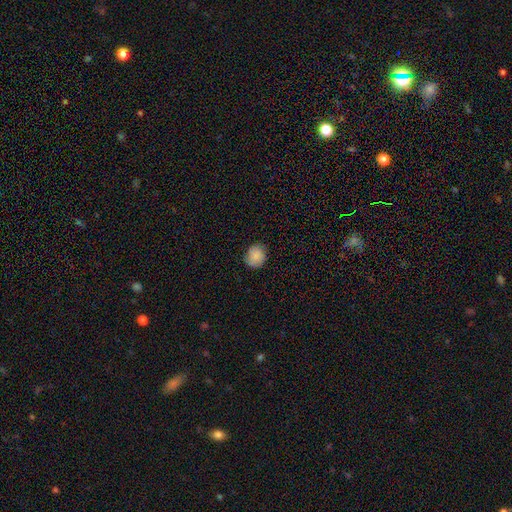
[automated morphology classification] A smooth galaxy with no disk features (77%) that is round (71%).

Vote fractions:
- Smooth or featured? smooth: 77% / featured or disk: 15% / star or artifact: 8%
- How rounded? round: 71% / in between: 28% / cigar-shaped: 1%
- Merging? none: 76% / minor disturbance: 18% / major disturbance: 4% / merger: 1%